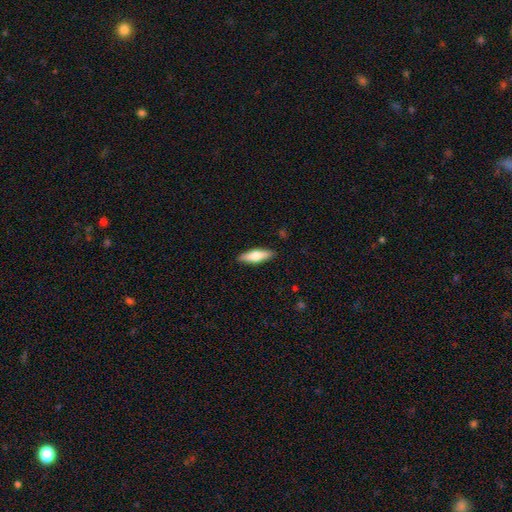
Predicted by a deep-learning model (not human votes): This is likely a smooth galaxy (63%). How rounded: possibly cigar-shaped (53%). Merging: clearly none (89%).